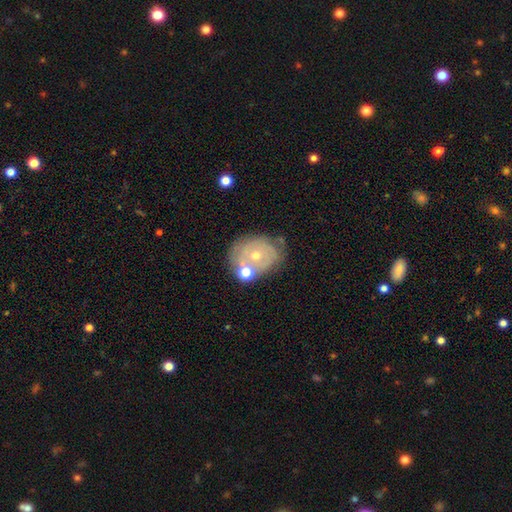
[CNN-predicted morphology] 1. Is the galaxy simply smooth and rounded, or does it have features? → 61% featured or disk, 29% smooth, 10% star or artifact.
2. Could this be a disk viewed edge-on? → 96% no, 4% yes.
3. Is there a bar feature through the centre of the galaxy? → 87% no, 10% weak, 3% strong.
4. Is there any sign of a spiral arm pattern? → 52% yes, 48% no.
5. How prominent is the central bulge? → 54% small, 42% moderate, 2% large, 1% none, 1% dominant.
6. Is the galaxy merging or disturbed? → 58% none, 20% minor disturbance, 14% merger, 8% major disturbance.